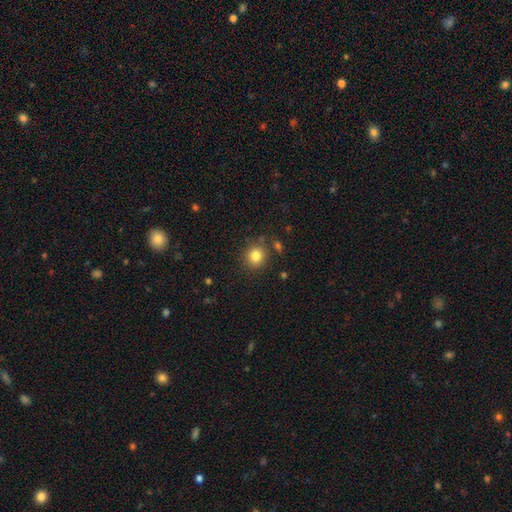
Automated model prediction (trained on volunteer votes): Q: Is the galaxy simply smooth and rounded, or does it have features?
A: smooth — 82%.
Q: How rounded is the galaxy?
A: round — 87%.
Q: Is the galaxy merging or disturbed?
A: none — 83%.